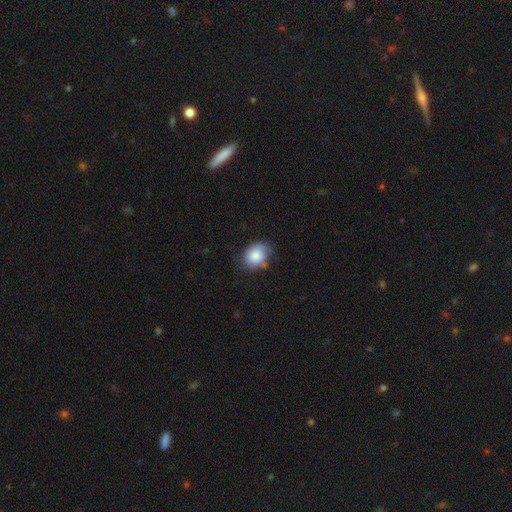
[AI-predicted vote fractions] This is likely a smooth galaxy (77%). How rounded: possibly in between (55%). Merging: possibly none (57%).